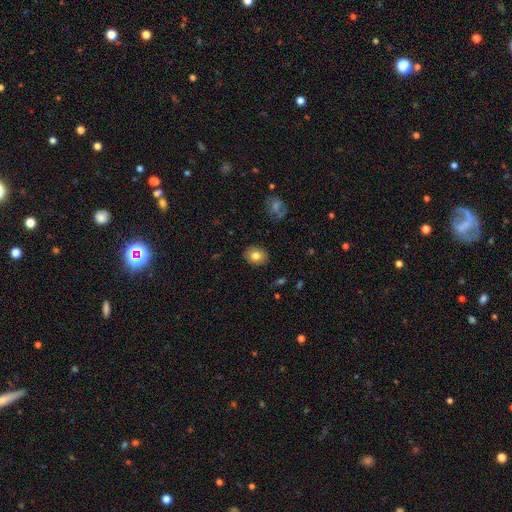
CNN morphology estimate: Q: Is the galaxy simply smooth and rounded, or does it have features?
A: smooth — 79%.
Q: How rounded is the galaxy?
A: in between — 51%.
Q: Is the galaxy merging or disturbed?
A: none — 88%.